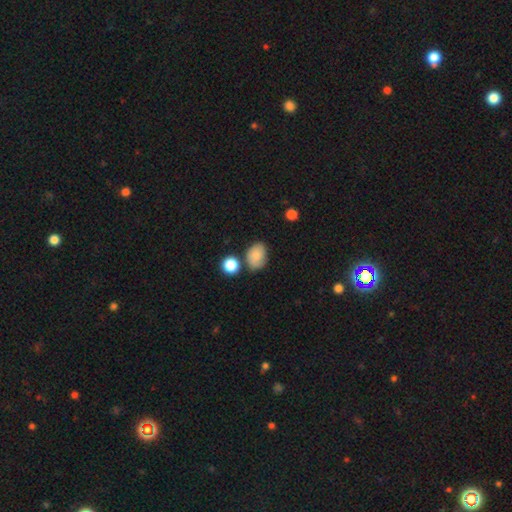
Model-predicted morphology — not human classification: Smooth or featured: smooth — 81% (featured or disk — 10%)
How rounded: in between — 76% (round — 23%)
Merging: none — 67% (minor disturbance — 21%)